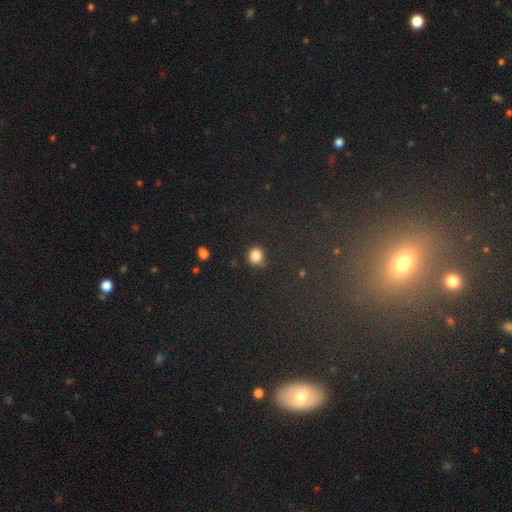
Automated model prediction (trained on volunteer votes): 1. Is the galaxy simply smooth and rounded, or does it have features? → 85% smooth, 10% star or artifact, 5% featured or disk.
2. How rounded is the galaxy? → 76% round, 23% in between, 1% cigar-shaped.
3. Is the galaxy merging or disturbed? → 79% none, 14% minor disturbance, 4% major disturbance, 3% merger.